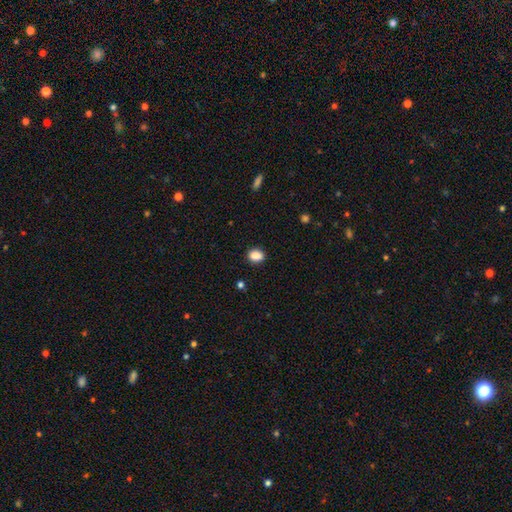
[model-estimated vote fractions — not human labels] smooth-or-featured: smooth: 88% | star or artifact: 9% | featured or disk: 3%
  how-rounded: in between: 64% | round: 35% | cigar-shaped: 1%
  merging: none: 88% | minor disturbance: 9% | major disturbance: 2% | merger: 1%